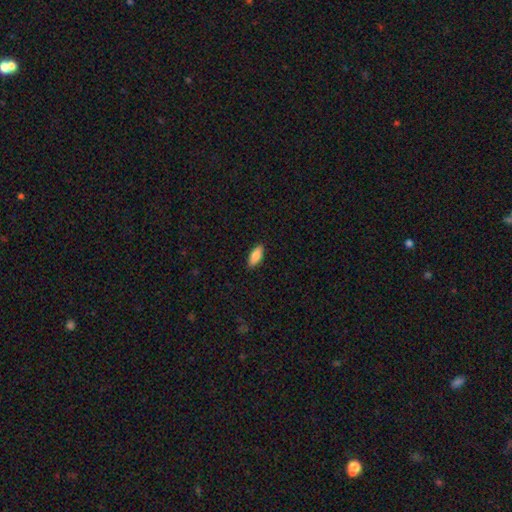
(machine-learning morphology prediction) Q: Smooth or featured?
A: smooth (85%); runner-up: featured or disk (9%)
Q: How rounded?
A: in between (78%); runner-up: cigar-shaped (20%)
Q: Merging?
A: none (89%); runner-up: minor disturbance (8%)